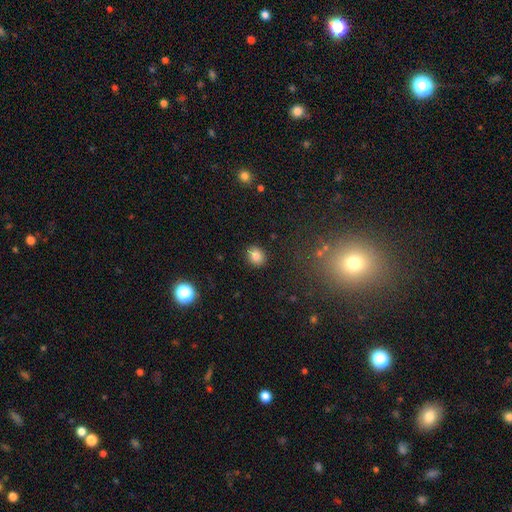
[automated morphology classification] smooth-or-featured: smooth: 83% | star or artifact: 11% | featured or disk: 6%
  how-rounded: round: 66% | in between: 33% | cigar-shaped: 1%
  merging: none: 89% | minor disturbance: 7% | major disturbance: 2% | merger: 1%